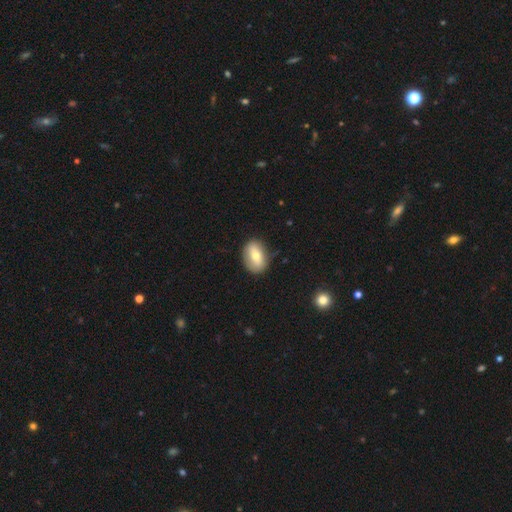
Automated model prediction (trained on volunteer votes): This is likely a smooth galaxy (62%). How rounded: likely in between (77%). Merging: likely none (78%).